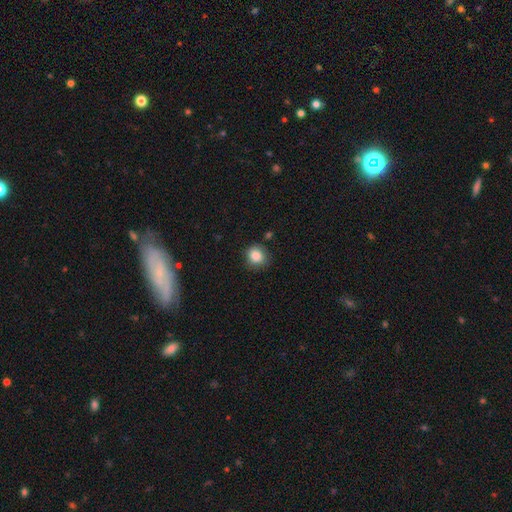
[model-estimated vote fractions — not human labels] smooth-or-featured: smooth: 85% | star or artifact: 10% | featured or disk: 6%
  how-rounded: round: 83% | in between: 16% | cigar-shaped: 1%
  merging: none: 79% | minor disturbance: 16% | major disturbance: 3% | merger: 2%